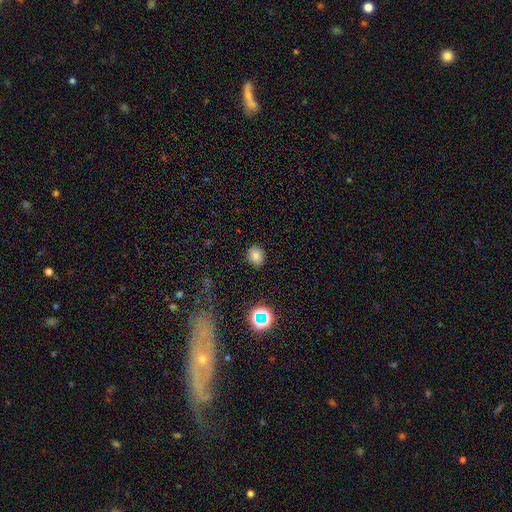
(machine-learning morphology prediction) Smooth or featured? Predicted: smooth (p=0.80). How rounded? Predicted: round (p=0.68). Merging? Predicted: none (p=0.88).